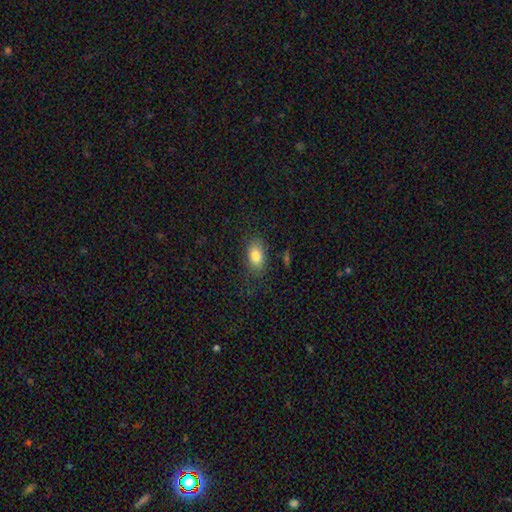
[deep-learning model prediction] smooth-or-featured: smooth: 82% | featured or disk: 10% | star or artifact: 9%
  how-rounded: in between: 86% | round: 11% | cigar-shaped: 3%
  merging: none: 79% | minor disturbance: 15% | major disturbance: 5% | merger: 2%